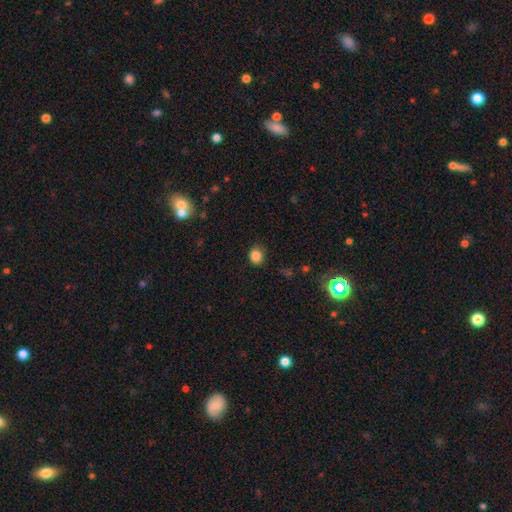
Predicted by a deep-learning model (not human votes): Q: Smooth or featured?
A: smooth (84%); runner-up: star or artifact (12%)
Q: How rounded?
A: round (75%); runner-up: in between (24%)
Q: Merging?
A: none (79%); runner-up: minor disturbance (16%)